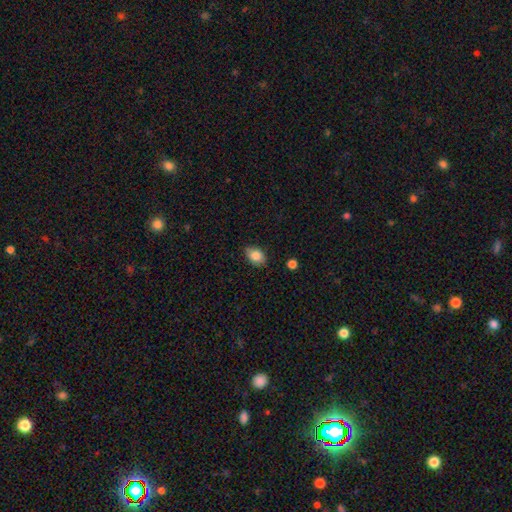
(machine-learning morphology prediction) type=smooth (84%); roundness=in between (78%); merging=none (80%).